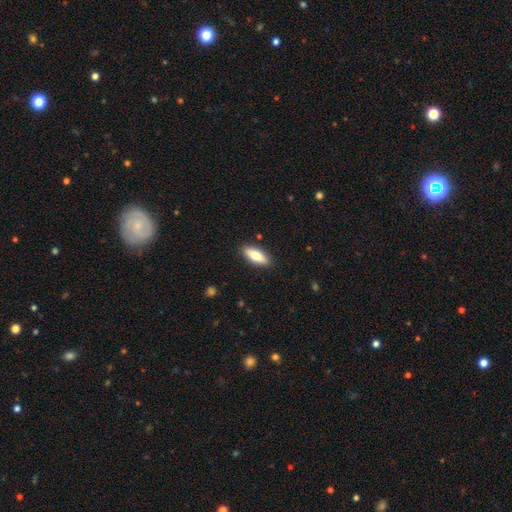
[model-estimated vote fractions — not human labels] Overall: smooth (74%). How rounded: in between (69%; cigar-shaped 29%). Merging: none (89%).